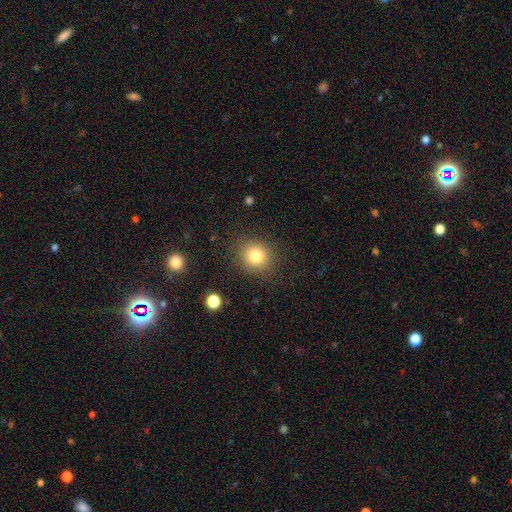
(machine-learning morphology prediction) Smooth or featured? Predicted: smooth (p=0.80). How rounded? Predicted: round (p=0.85). Merging? Predicted: none (p=0.87).